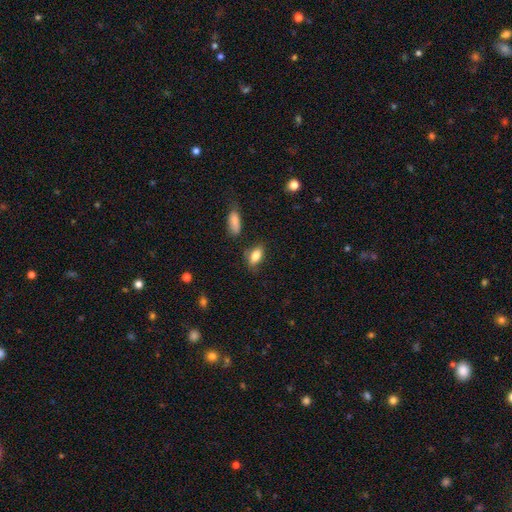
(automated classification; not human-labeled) smooth-or-featured: smooth: 81% | featured or disk: 11% | star or artifact: 8%
  how-rounded: in between: 86% | cigar-shaped: 8% | round: 6%
  merging: none: 70% | minor disturbance: 20% | major disturbance: 5% | merger: 5%